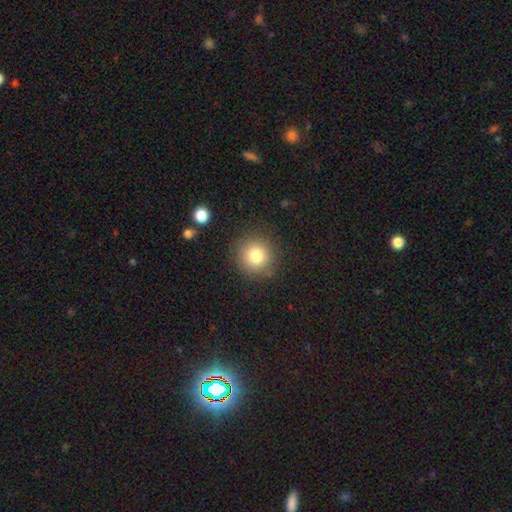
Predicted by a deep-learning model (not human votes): smooth 81%, star or artifact 11%, featured or disk 8%. Down the decision tree: how rounded — round (93%); merging — none (88%).